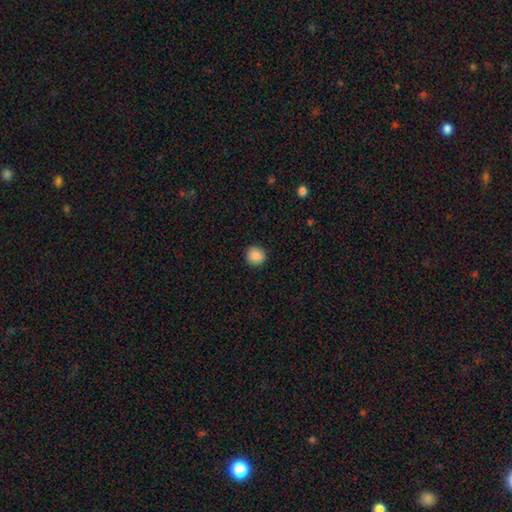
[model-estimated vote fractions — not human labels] smooth-or-featured: smooth: 88% | star or artifact: 9% | featured or disk: 3%
  how-rounded: round: 92% | in between: 7% | cigar-shaped: 1%
  merging: none: 91% | minor disturbance: 6% | major disturbance: 2% | merger: 1%